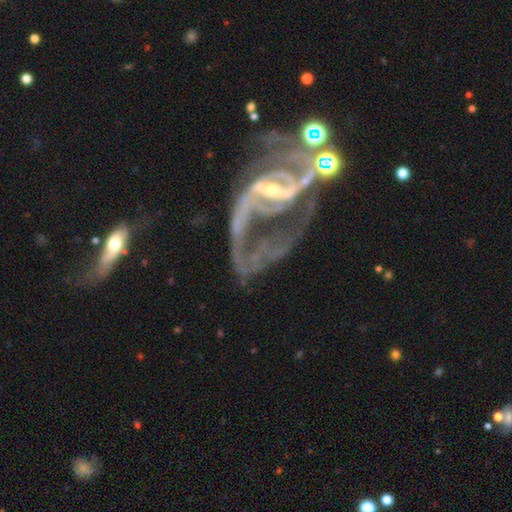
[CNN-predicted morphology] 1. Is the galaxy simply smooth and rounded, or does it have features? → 89% featured or disk, 7% star or artifact, 4% smooth.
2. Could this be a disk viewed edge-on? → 96% no, 4% yes.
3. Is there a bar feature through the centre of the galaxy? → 48% strong, 36% weak, 16% no.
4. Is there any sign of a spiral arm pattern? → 92% yes, 8% no.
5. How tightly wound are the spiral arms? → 45% loose, 41% medium, 14% tight.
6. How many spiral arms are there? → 74% 2, 8% can't tell, 6% 1, 5% 3, 3% 4, 3% more than 4.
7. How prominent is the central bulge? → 67% small, 22% moderate, 7% none, 2% large, 1% dominant.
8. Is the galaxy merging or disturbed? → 38% major disturbance, 29% none, 18% merger, 15% minor disturbance.